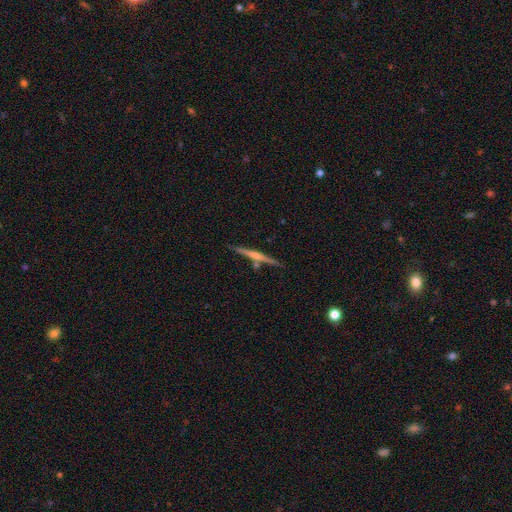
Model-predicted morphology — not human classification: Smooth or featured? featured or disk (59%)
Edge-on disk? yes (98%)
Edge-on bulge? rounded (46%)
Merging? none (79%)